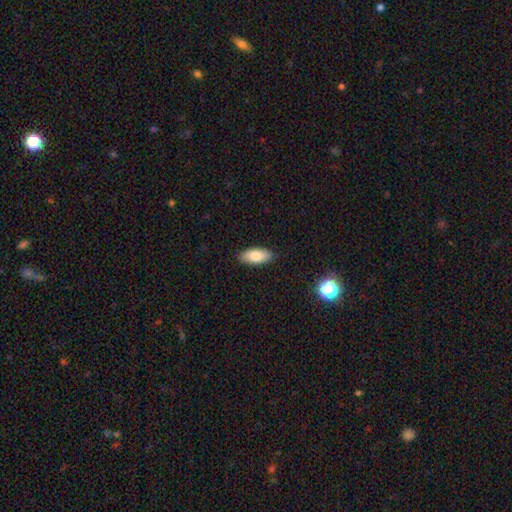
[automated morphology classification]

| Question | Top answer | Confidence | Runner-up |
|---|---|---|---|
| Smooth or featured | smooth | 83% | featured or disk (11%) |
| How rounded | in between | 84% | cigar-shaped (13%) |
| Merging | none | 89% | minor disturbance (8%) |